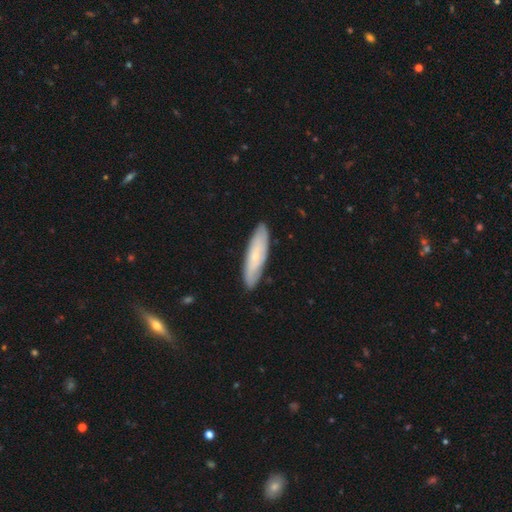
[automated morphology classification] A smooth galaxy with no disk features (49%). Merging: none (86%).